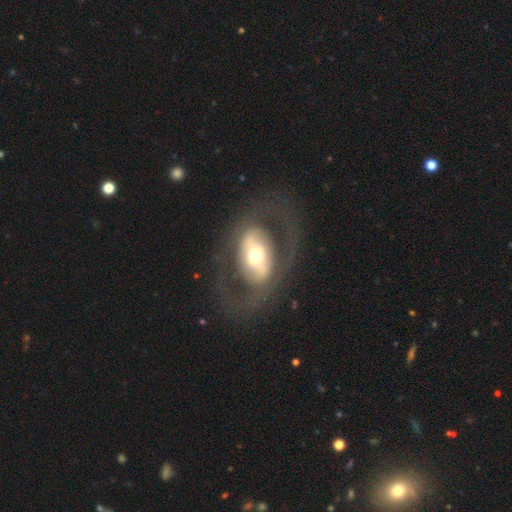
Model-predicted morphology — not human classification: Smooth or featured?
  - featured or disk: 69% *
  - smooth: 25%
  - star or artifact: 6%
Edge-on disk?
  - no: 92% *
  - yes: 8%
Bar?
  - no: 38% *
  - strong: 37%
  - weak: 26%
Spiral arms?
  - no: 55% *
  - yes: 45%
Bulge size?
  - moderate: 62% *
  - large: 20%
  - small: 14%
  - dominant: 3%
  - none: 1%
Merging?
  - none: 70% *
  - major disturbance: 17%
  - minor disturbance: 12%
  - merger: 1%